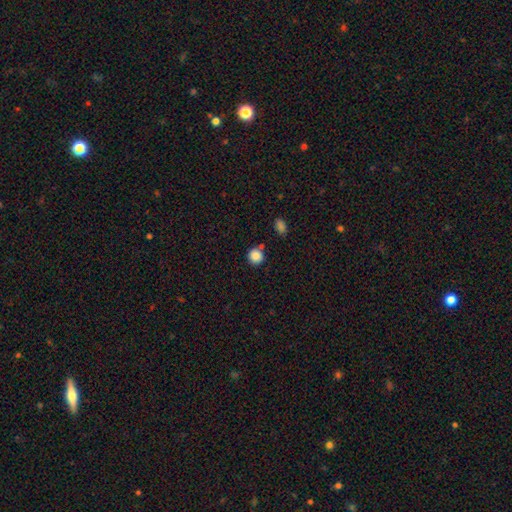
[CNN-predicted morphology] Smooth or featured? Predicted: smooth (p=0.87). How rounded? Predicted: round (p=0.91). Merging? Predicted: none (p=0.80).